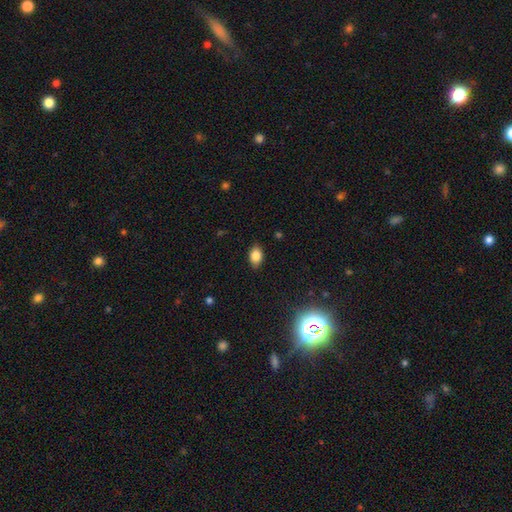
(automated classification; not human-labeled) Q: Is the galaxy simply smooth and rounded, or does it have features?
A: smooth — 83%.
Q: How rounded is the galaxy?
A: in between — 83%.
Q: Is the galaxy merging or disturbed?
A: none — 86%.